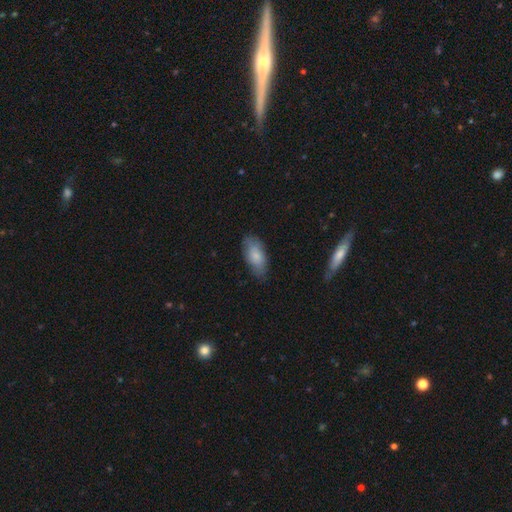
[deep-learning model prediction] smooth-or-featured: smooth: 78% | featured or disk: 16% | star or artifact: 6%
  how-rounded: in between: 90% | cigar-shaped: 7% | round: 3%
  merging: none: 74% | minor disturbance: 20% | major disturbance: 4% | merger: 1%